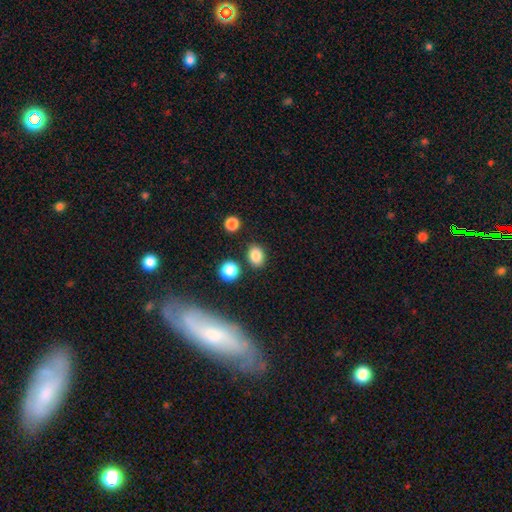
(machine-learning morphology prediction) Smooth or featured?
  - smooth: 83% *
  - star or artifact: 11%
  - featured or disk: 6%
How rounded?
  - in between: 60% *
  - round: 38%
  - cigar-shaped: 1%
Merging?
  - none: 81% *
  - minor disturbance: 10%
  - merger: 6%
  - major disturbance: 3%